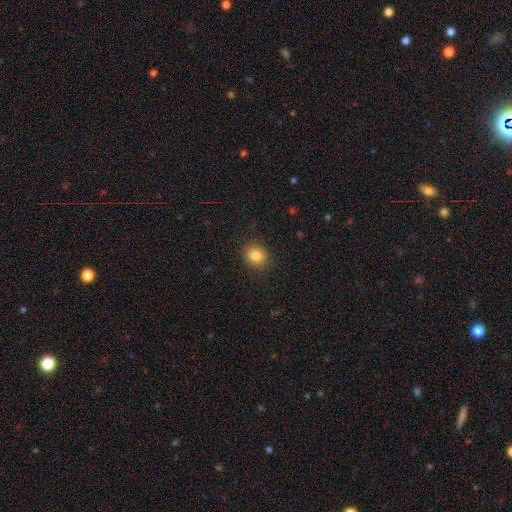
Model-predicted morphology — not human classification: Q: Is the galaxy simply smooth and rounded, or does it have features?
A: smooth — 84%.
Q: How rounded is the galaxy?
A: round — 74%.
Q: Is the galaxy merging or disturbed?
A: none — 89%.